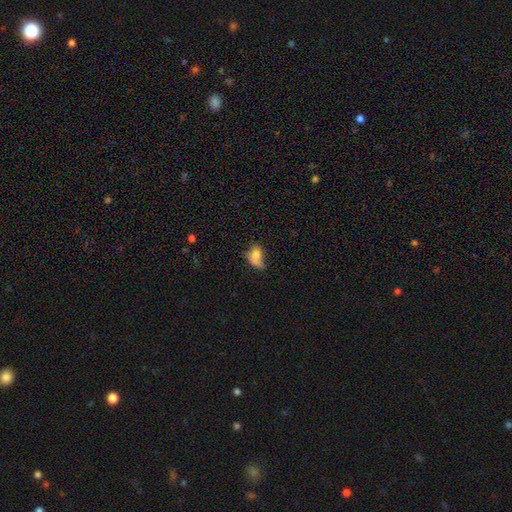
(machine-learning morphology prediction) Overall: smooth (68%). How rounded: in between (74%). Merging: major disturbance (33%; minor disturbance 32%).